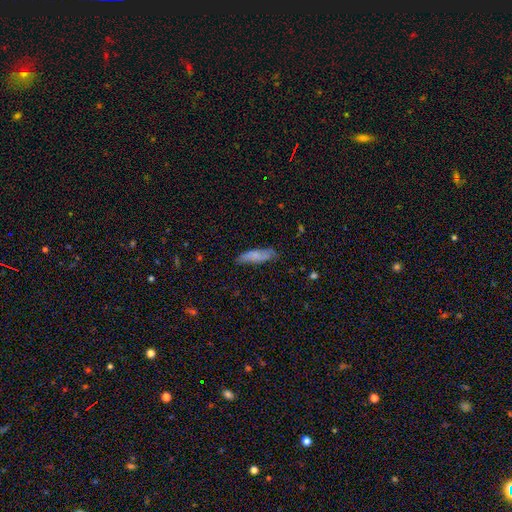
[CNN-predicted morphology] smooth 75%, featured or disk 18%, star or artifact 7%. Down the decision tree: how rounded — cigar-shaped (59%); merging — none (71%).